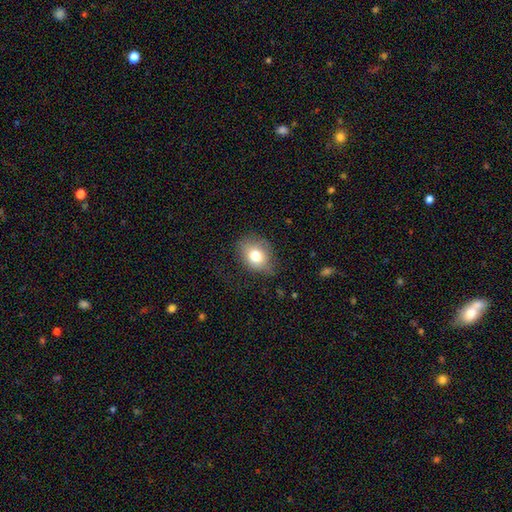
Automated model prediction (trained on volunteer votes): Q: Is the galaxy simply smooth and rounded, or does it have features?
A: smooth — 75%.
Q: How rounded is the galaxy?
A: in between — 58%.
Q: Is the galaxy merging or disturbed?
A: none — 62%.